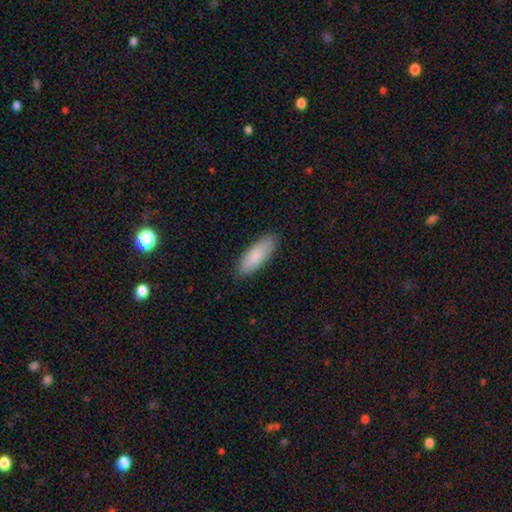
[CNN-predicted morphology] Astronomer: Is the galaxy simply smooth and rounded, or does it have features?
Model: smooth — 86%.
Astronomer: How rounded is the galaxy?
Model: in between — 64%.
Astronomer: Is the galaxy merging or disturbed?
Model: none — 87%.